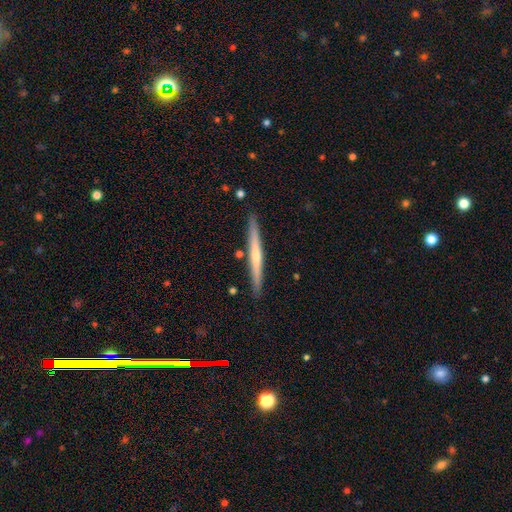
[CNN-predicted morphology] This appears to be a featured or disk galaxy (54%) viewed edge-on (97%) with no central bulge (53%). Merging: none (89%).